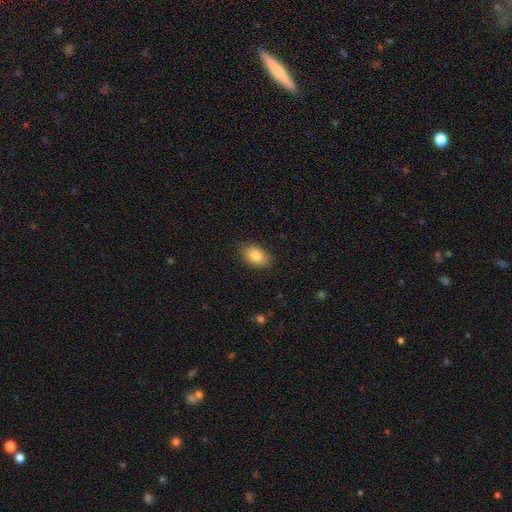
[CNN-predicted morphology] A smooth galaxy with no disk features (82%) that is in between round and cigar-shaped (88%). Merging: none (88%).